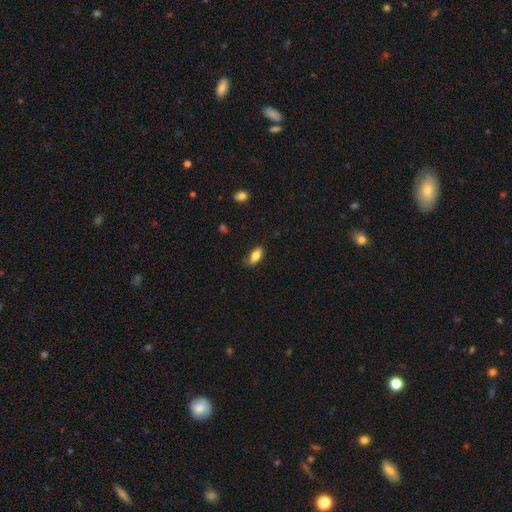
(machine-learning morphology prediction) Smooth or featured?
  - smooth: 81% *
  - featured or disk: 12%
  - star or artifact: 7%
How rounded?
  - in between: 86% *
  - cigar-shaped: 11%
  - round: 3%
Merging?
  - none: 78% *
  - minor disturbance: 18%
  - major disturbance: 3%
  - merger: 1%